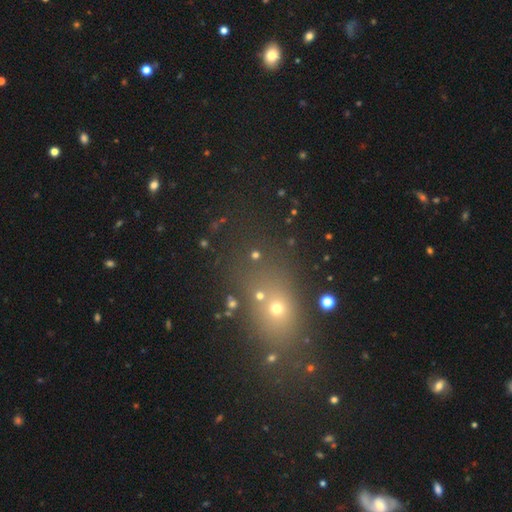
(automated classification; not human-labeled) smooth_or_featured: smooth (p=0.45) [alt: star or artifact p=0.41]
merging: none (p=0.69) [alt: minor disturbance p=0.12]